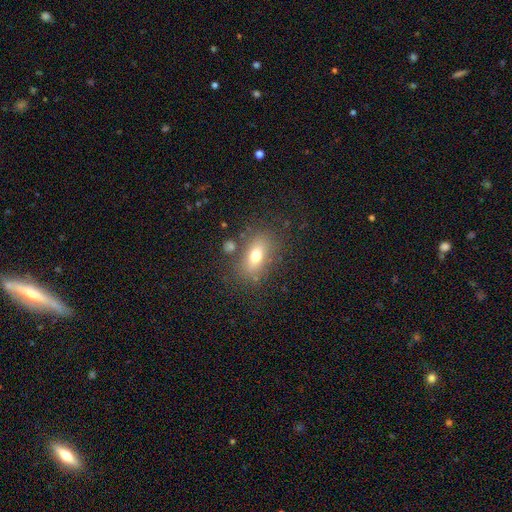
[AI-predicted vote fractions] Smooth or featured? smooth (72%)
How rounded? in between (81%)
Merging? none (77%)